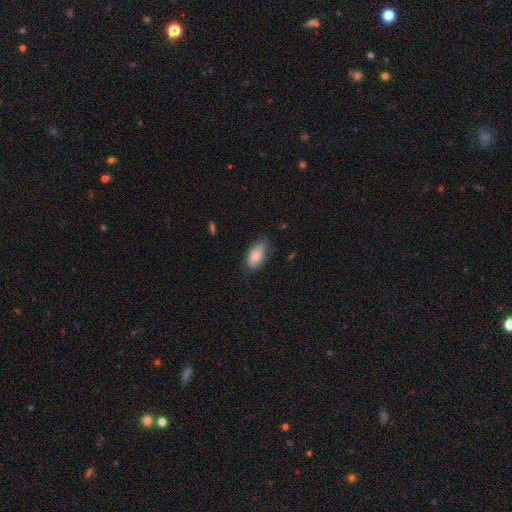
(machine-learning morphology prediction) smooth 83%, featured or disk 10%, star or artifact 6%. Down the decision tree: how rounded — in between (92%); merging — none (64%).